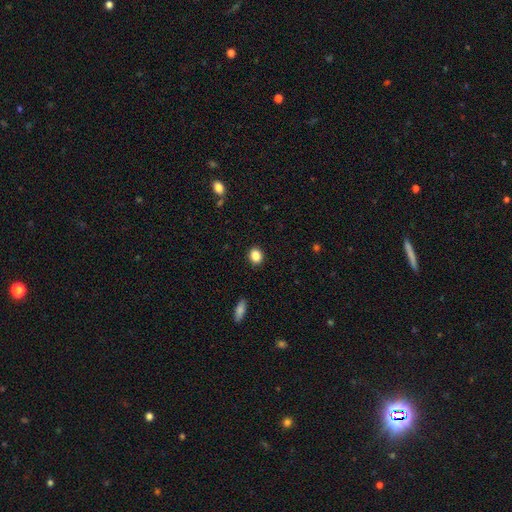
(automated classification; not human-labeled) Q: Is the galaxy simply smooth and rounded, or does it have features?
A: smooth — 87%.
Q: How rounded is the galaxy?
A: round — 53%.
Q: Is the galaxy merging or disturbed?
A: none — 89%.